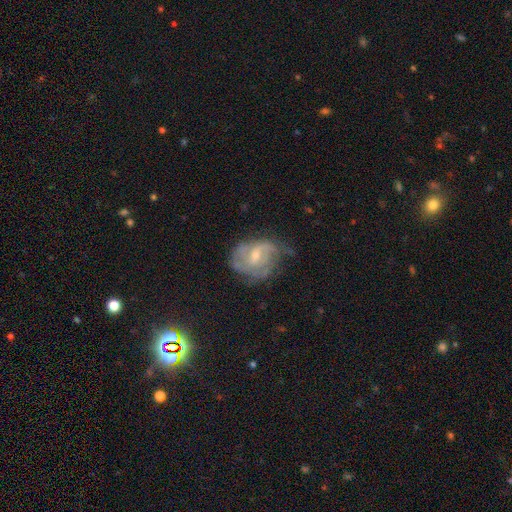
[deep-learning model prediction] The model was most divided on "spiral winding": medium: 41%, tight: 40%, loose: 19%. Remaining: edge-on disk — no (97%); spiral arms — yes (82%); smooth or featured — featured or disk (71%); bulge size — small (50%); bar — weak (50%); merging — none (50%); spiral arm count — can't tell (39%).